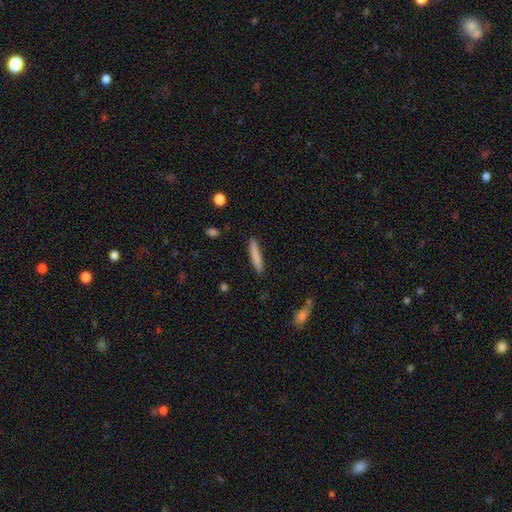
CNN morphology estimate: Smooth or featured? smooth (81%)
How rounded? cigar-shaped (93%)
Merging? none (89%)